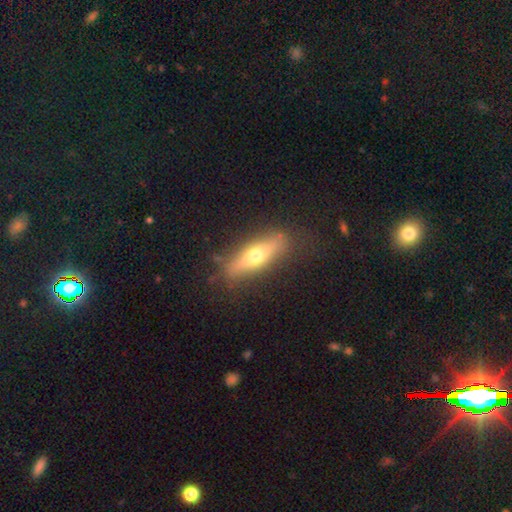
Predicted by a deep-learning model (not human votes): The model was most divided on "smooth or featured": smooth: 48%, featured or disk: 46%, star or artifact: 6%. More confident: merging — none (82%).